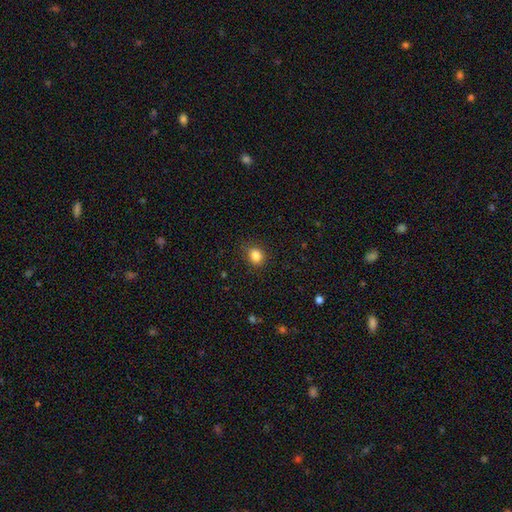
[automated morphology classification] smooth 85%, star or artifact 11%, featured or disk 5%. Down the decision tree: how rounded — round (64%); merging — none (85%).